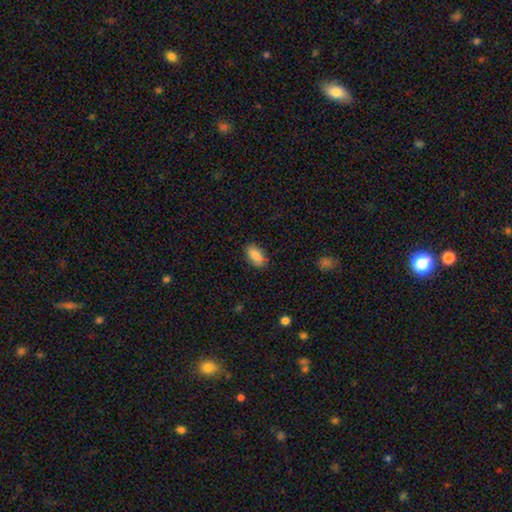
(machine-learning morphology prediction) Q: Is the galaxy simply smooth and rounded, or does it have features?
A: smooth — 85%.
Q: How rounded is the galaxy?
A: in between — 88%.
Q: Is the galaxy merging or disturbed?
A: none — 83%.